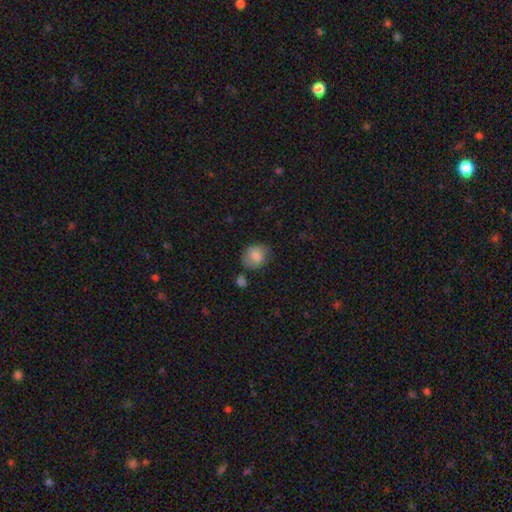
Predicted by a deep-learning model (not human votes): smooth 81%, featured or disk 11%, star or artifact 8%. Down the decision tree: how rounded — round (58%); merging — none (65%).